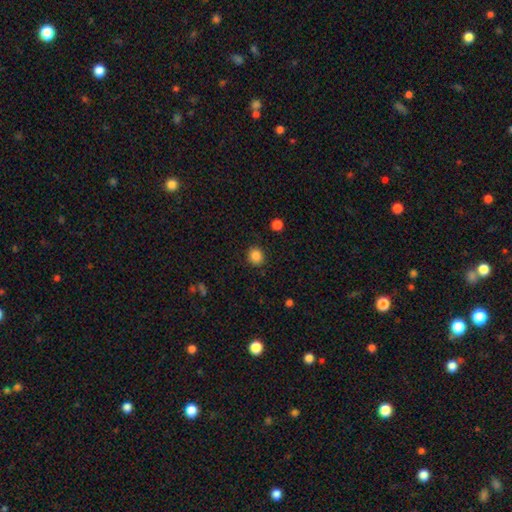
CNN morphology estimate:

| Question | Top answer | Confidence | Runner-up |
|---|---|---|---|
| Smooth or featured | smooth | 86% | star or artifact (10%) |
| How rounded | round | 78% | in between (21%) |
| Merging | none | 89% | minor disturbance (7%) |